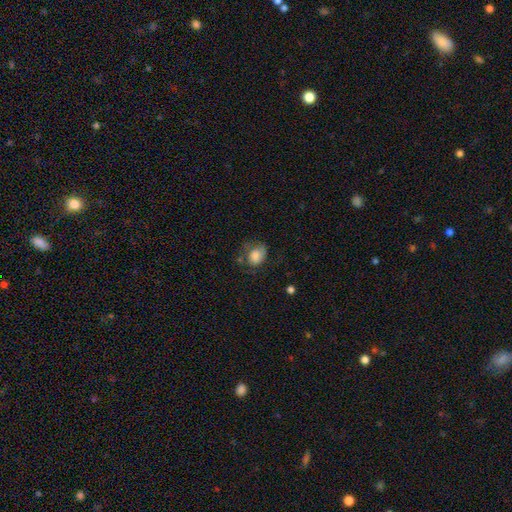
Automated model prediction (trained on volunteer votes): Morphology: type=smooth (74%); roundness=in between (56%); merging=none (41%).